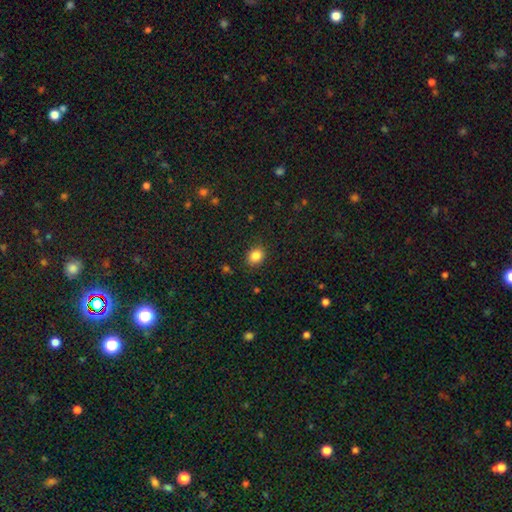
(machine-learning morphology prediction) This is clearly a smooth galaxy (85%). How rounded: possibly round (54%). Merging: clearly none (86%).